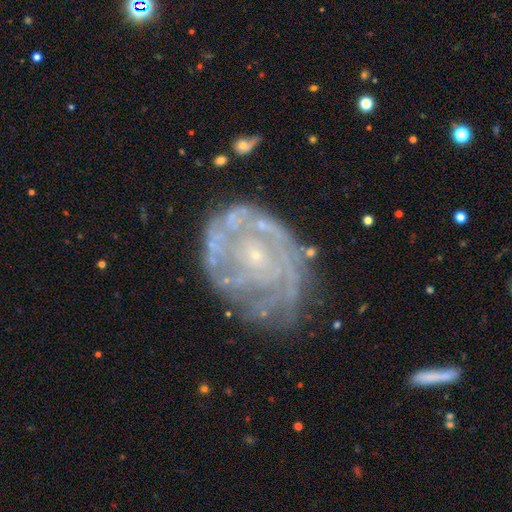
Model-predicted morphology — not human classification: A featured or disk galaxy (82%) with no bar (76%), tight (67%) spiral arms (83%) and a small central bulge (83%).

Vote fractions:
- Smooth or featured? featured or disk: 82% / smooth: 10% / star or artifact: 8%
- Edge-on disk? no: 97% / yes: 3%
- Bar? no: 76% / weak: 19% / strong: 5%
- Spiral arms? yes: 83% / no: 17%
- Spiral winding? tight: 67% / medium: 25% / loose: 8%
- Spiral arm count? can't tell: 45% / 2: 16% / 3: 14% / 4: 11% / more than 4: 7% / 1: 6%
- Bulge size? small: 83% / moderate: 11% / none: 4% / large: 1% / dominant: 1%
- Merging? none: 62% / minor disturbance: 23% / major disturbance: 12% / merger: 3%